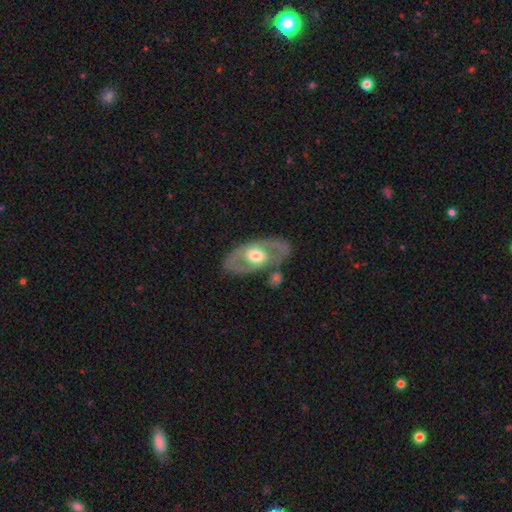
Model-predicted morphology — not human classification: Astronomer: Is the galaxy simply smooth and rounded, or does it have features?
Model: featured or disk — 67%.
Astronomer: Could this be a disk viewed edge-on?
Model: no — 88%.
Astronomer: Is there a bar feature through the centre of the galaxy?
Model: no — 78%.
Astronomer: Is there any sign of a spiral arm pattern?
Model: no — 67%.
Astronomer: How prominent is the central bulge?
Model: moderate — 66%.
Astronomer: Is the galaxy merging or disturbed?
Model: none — 74%.